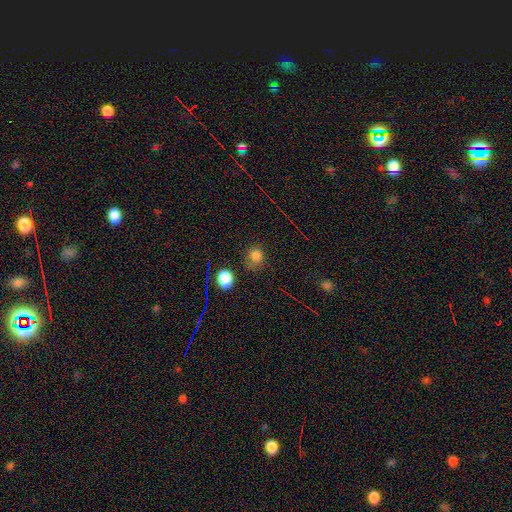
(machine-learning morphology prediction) Q: Smooth or featured?
A: smooth (78%); runner-up: star or artifact (17%)
Q: How rounded?
A: round (75%); runner-up: in between (24%)
Q: Merging?
A: none (67%); runner-up: minor disturbance (20%)